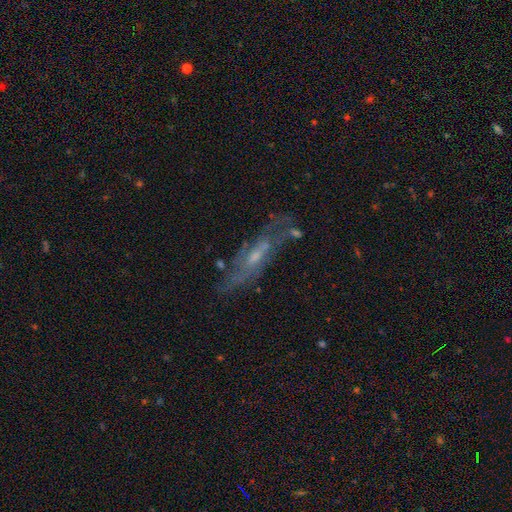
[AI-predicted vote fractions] Q: Smooth or featured?
A: featured or disk (73%); runner-up: smooth (19%)
Q: Edge-on disk?
A: no (68%); runner-up: yes (32%)
Q: Merging?
A: none (61%); runner-up: minor disturbance (21%)